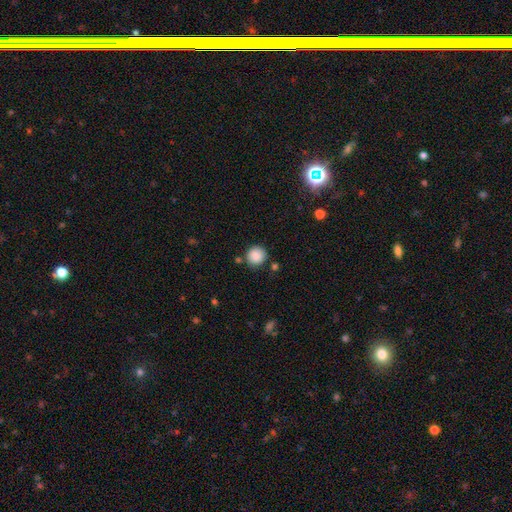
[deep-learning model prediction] Smooth or featured? smooth (87%)
How rounded? round (93%)
Merging? none (84%)